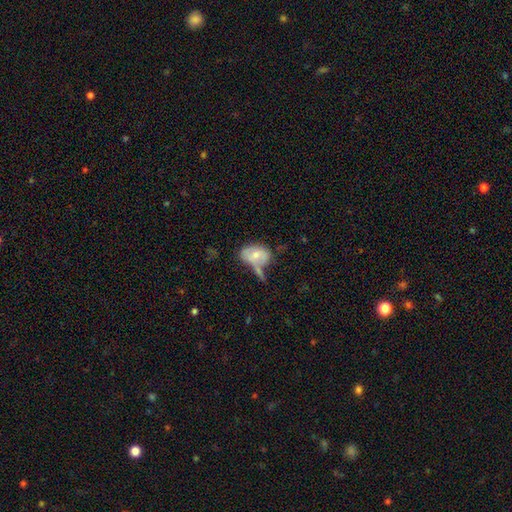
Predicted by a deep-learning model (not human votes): This appears to be a smooth galaxy with no disk features (61%) that is in between round and cigar-shaped (81%). Merging: none (30%).